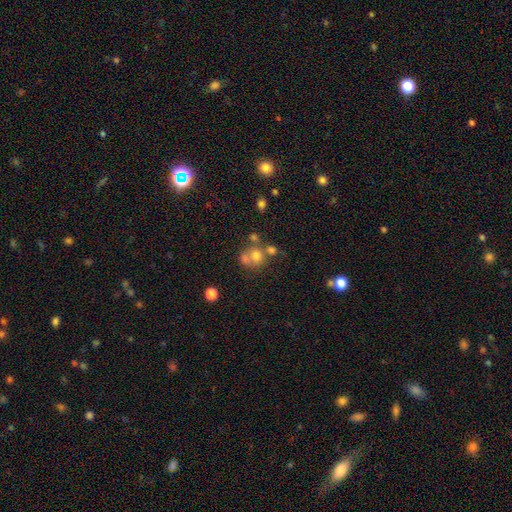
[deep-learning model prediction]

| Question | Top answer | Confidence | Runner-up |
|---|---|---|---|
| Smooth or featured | smooth | 65% | featured or disk (17%) |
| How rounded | round | 79% | in between (20%) |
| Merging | none | 42% | tied: merger (42%) |